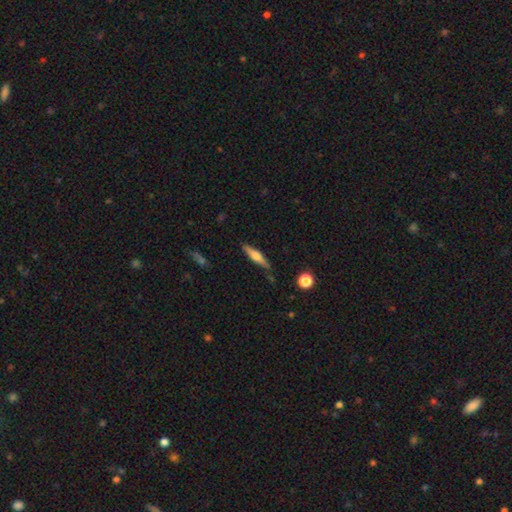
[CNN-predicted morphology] A featured or disk galaxy (52%) viewed edge-on (95%) with a rounded central bulge (83%).

Vote fractions:
- Smooth or featured? featured or disk: 52% / smooth: 41% / star or artifact: 7%
- Edge-on disk? yes: 95% / no: 5%
- Edge-on bulge? rounded: 83% / boxy: 12% / none: 5%
- Merging? none: 82% / minor disturbance: 13% / merger: 3% / major disturbance: 3%